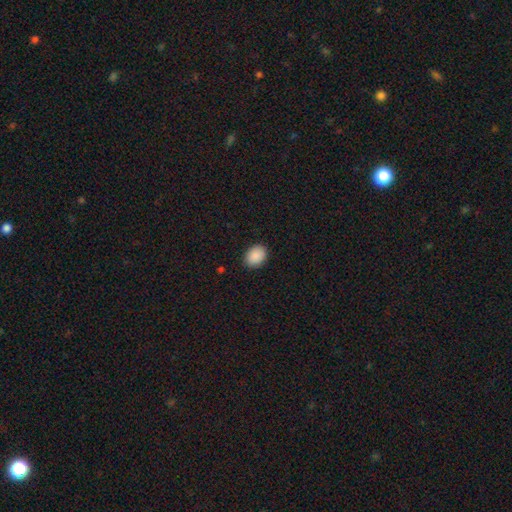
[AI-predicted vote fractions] Smooth or featured? smooth (90%)
How rounded? in between (70%)
Merging? none (89%)